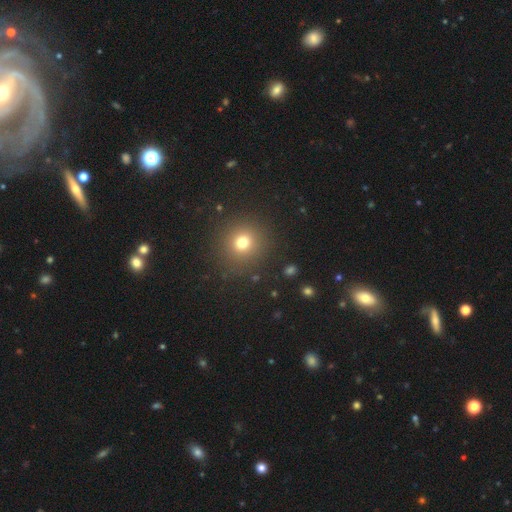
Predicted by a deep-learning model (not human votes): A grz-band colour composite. It shows a smooth galaxy with no disk features (51%) that is round (92%). Merging: none (88%).